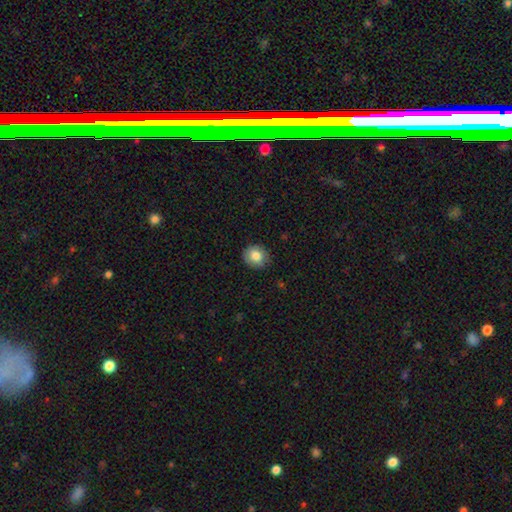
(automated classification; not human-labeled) Smooth or featured? Predicted: smooth (p=0.83). How rounded? Predicted: round (p=0.71). Merging? Predicted: none (p=0.85).